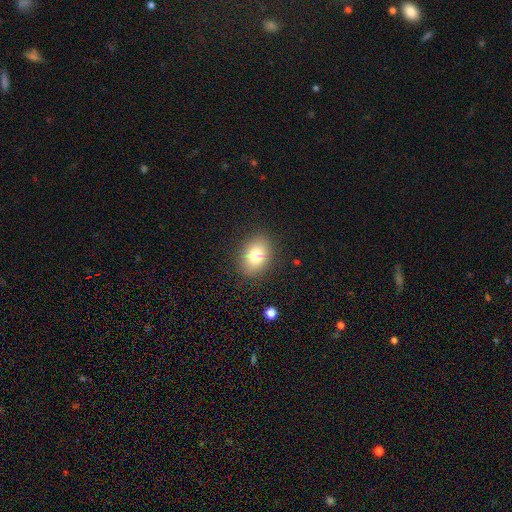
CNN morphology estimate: type=smooth (78%); roundness=in between (69%); merging=none (86%).